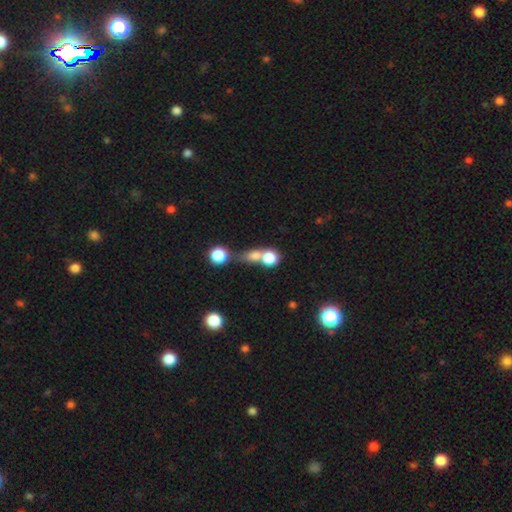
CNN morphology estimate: A smooth galaxy with no disk features (70%) that is round (64%). Merging: merger (55%).